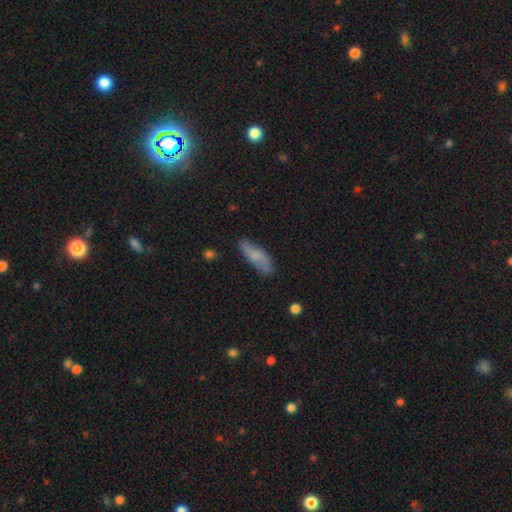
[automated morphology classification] smooth-or-featured: smooth: 73% | featured or disk: 20% | star or artifact: 6%
  how-rounded: in between: 56% | cigar-shaped: 42% | round: 2%
  merging: none: 77% | minor disturbance: 18% | major disturbance: 4% | merger: 2%